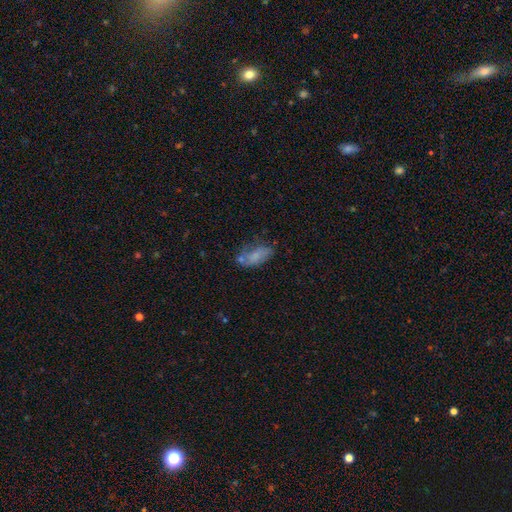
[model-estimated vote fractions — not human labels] Overall: smooth (68%). How rounded: in between (87%). Merging: none (46%; minor disturbance 27%).